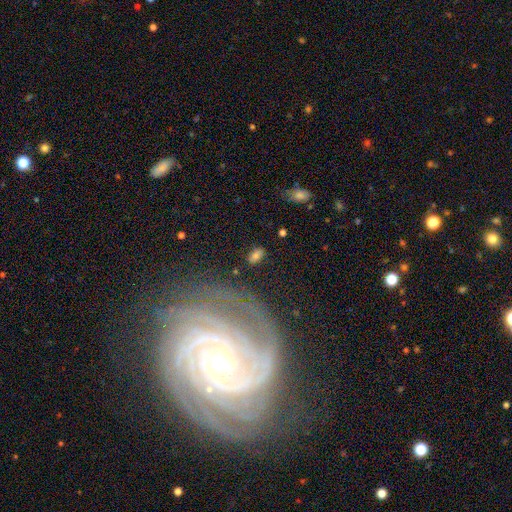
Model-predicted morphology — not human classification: This is likely a smooth galaxy (70%). How rounded: clearly in between (88%). Merging: likely none (80%).